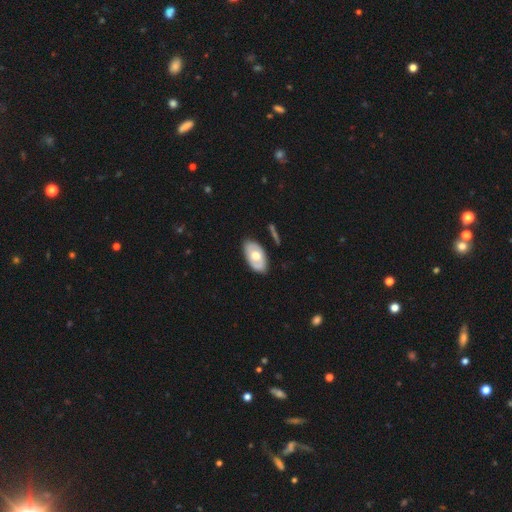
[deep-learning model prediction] This is possibly a smooth galaxy (52%). How rounded: clearly in between (92%). Merging: clearly none (80%).